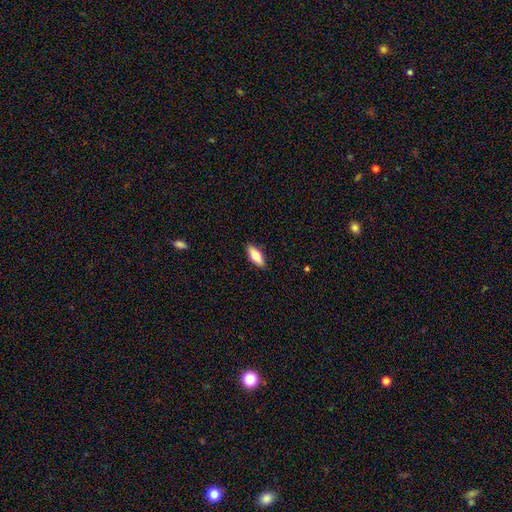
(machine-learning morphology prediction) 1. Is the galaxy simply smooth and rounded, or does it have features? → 72% smooth, 22% featured or disk, 6% star or artifact.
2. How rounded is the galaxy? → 72% in between, 26% cigar-shaped, 2% round.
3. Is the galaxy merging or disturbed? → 88% none, 9% minor disturbance, 2% major disturbance, 1% merger.